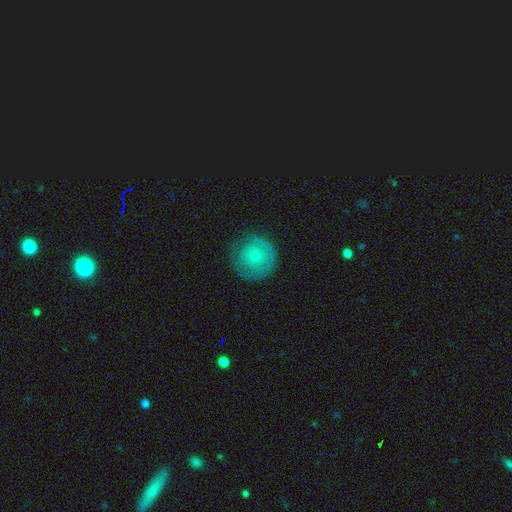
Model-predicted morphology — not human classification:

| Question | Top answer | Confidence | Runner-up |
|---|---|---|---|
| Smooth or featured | smooth | 65% | featured or disk (27%) |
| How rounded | round | 93% | in between (6%) |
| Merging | none | 68% | minor disturbance (22%) |